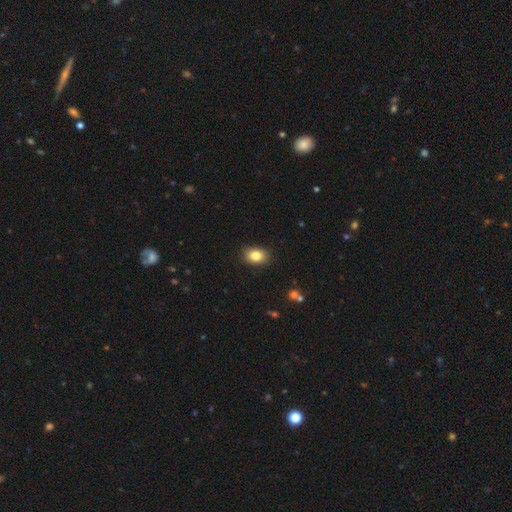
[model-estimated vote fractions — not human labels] A smooth galaxy with no disk features (83%) that is in between round and cigar-shaped (76%). Merging: none (87%).